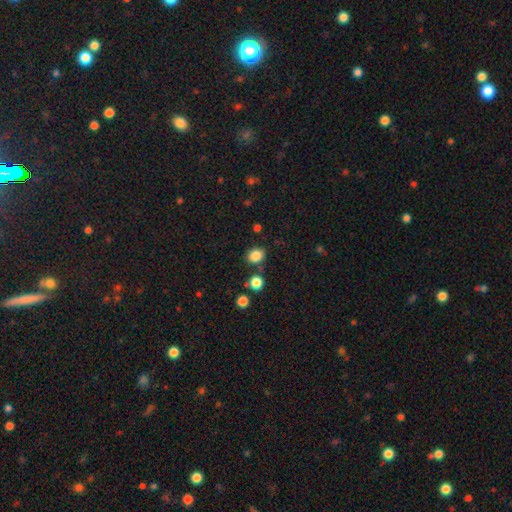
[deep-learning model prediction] Overall: smooth (84%). How rounded: round (53%; in between 47%). Merging: none (78%).